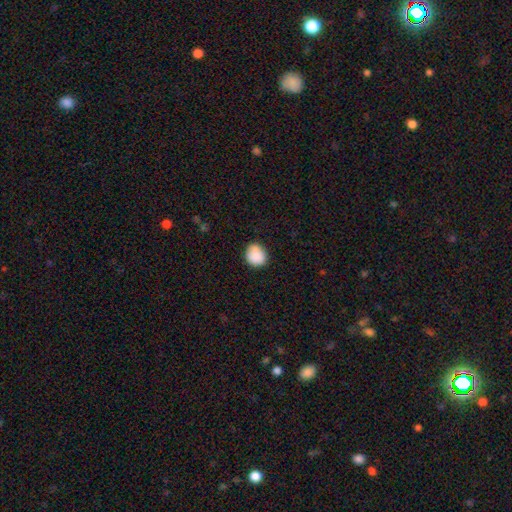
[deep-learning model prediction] The model was most divided on "how rounded": round: 71%, in between: 28%, cigar-shaped: 1%. More confident: smooth or featured — smooth (88%); merging — none (76%).